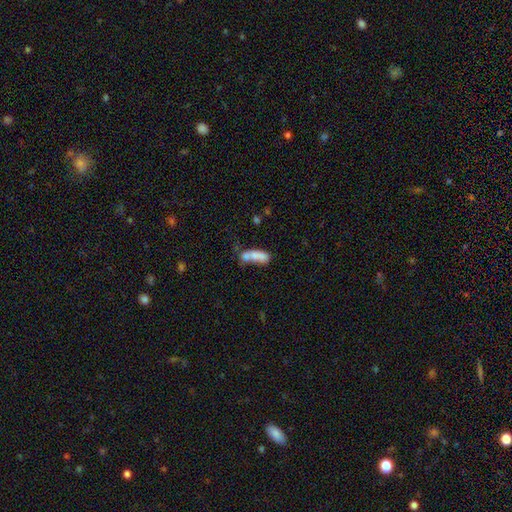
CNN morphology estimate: The model was most divided on "merging": merger: 54%, none: 22%, minor disturbance: 13%, major disturbance: 11%. More confident: how rounded — in between (72%); smooth or featured — smooth (69%).